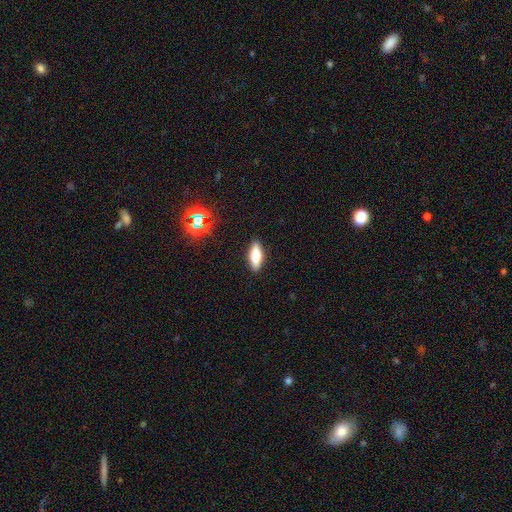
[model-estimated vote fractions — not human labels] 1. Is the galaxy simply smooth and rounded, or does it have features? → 69% smooth, 22% featured or disk, 9% star or artifact.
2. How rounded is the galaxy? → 67% in between, 30% cigar-shaped, 3% round.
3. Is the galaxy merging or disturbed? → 89% none, 8% minor disturbance, 2% major disturbance, 1% merger.